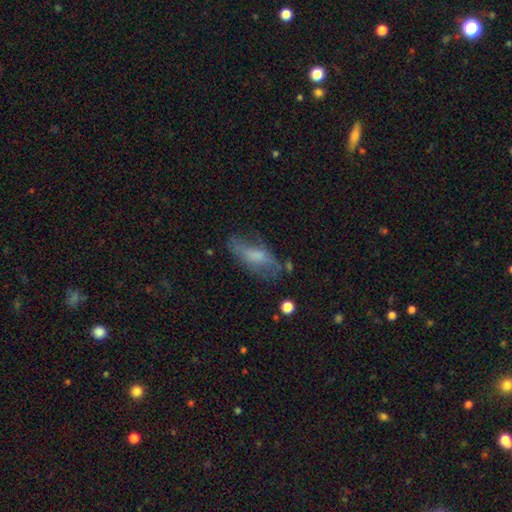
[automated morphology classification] Smooth or featured? smooth (54%)
How rounded? in between (71%)
Merging? none (51%)